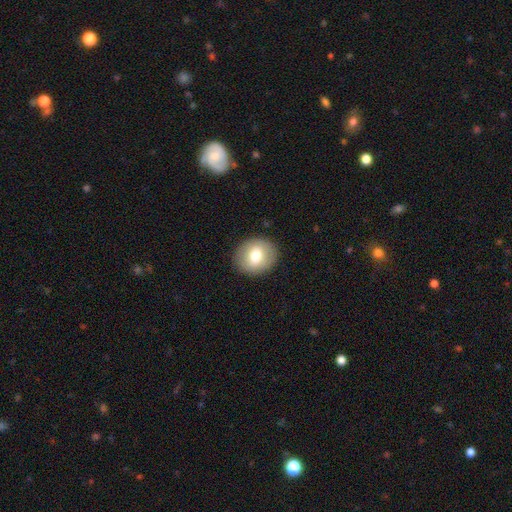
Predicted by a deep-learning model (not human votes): The model was most divided on "how rounded": round: 72%, in between: 27%, cigar-shaped: 1%. More confident: merging — none (89%); smooth or featured — smooth (71%).